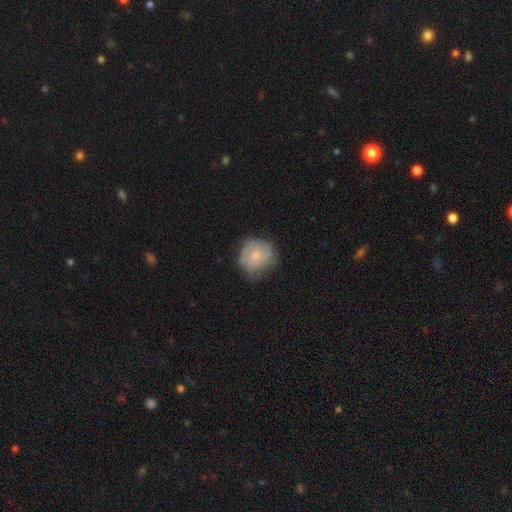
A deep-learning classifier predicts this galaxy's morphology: The model was most divided on "smooth or featured": smooth: 52%, featured or disk: 41%, star or artifact: 7%. More confident: how rounded — round (79%); merging — none (53%).